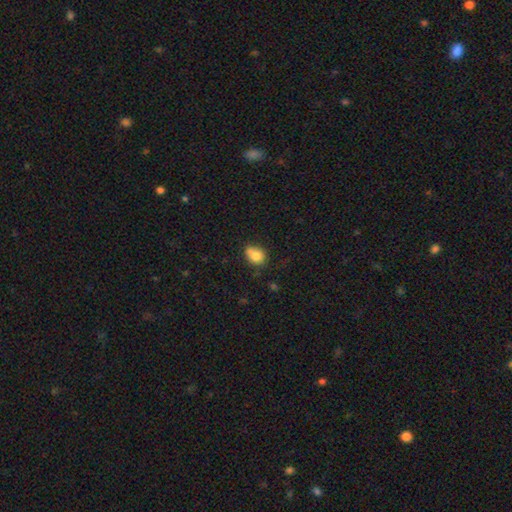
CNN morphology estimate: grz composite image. It shows a smooth galaxy with no disk features (78%) that is round (50%). Merging: none (47%).